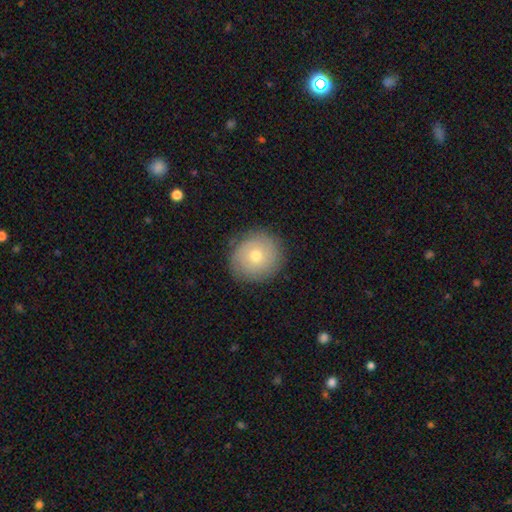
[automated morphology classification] Q: Smooth or featured?
A: smooth (68%); runner-up: featured or disk (22%)
Q: How rounded?
A: round (89%); runner-up: in between (10%)
Q: Merging?
A: none (85%); runner-up: minor disturbance (11%)